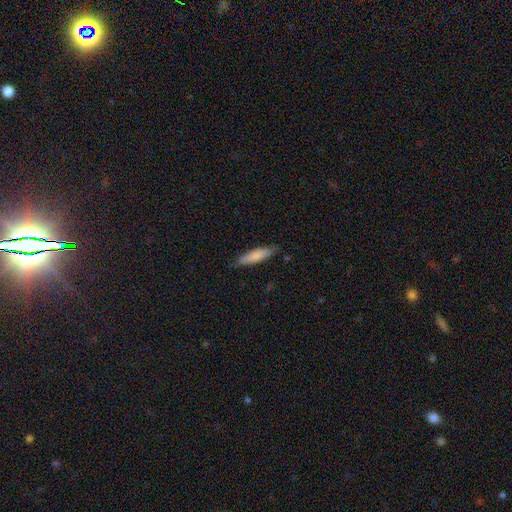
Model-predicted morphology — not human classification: Smooth or featured: smooth — 79% (featured or disk — 16%)
How rounded: cigar-shaped — 68% (in between — 31%)
Merging: none — 82% (minor disturbance — 15%)